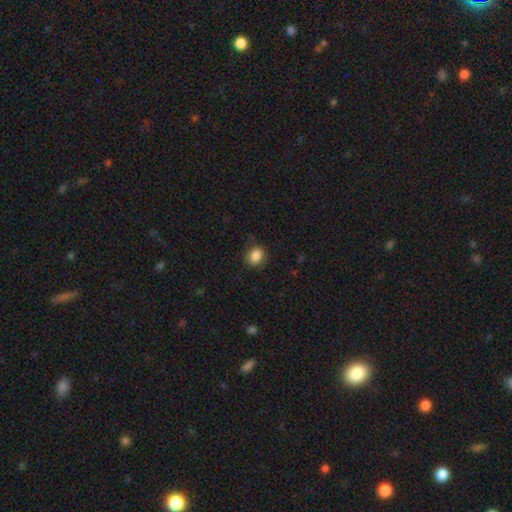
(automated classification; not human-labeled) Morphology: type=smooth (87%); roundness=in between (51%); merging=none (79%).